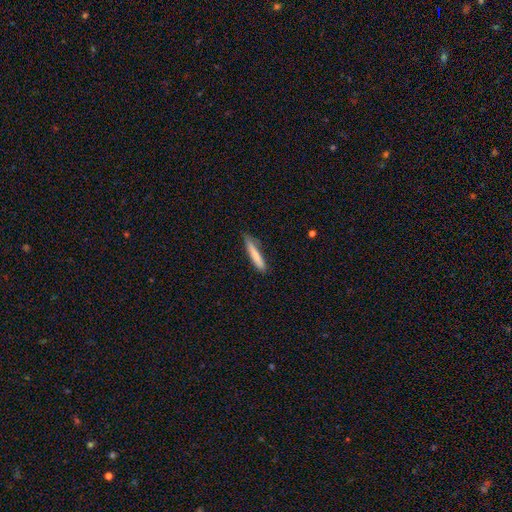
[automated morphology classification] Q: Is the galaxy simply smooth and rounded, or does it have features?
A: smooth — 77%.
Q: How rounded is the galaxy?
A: cigar-shaped — 92%.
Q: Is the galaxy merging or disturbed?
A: none — 75%.